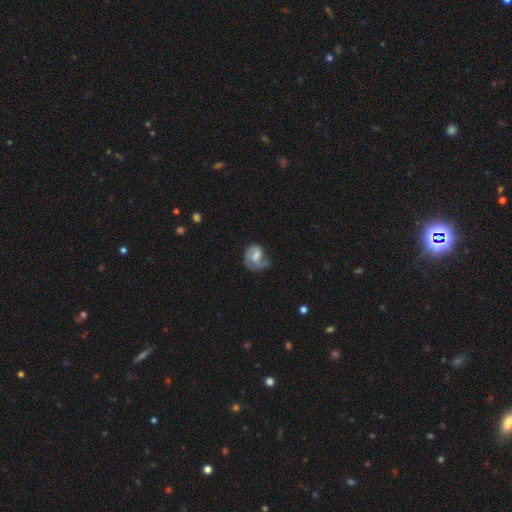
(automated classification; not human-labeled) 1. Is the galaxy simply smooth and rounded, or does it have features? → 64% featured or disk, 29% smooth, 7% star or artifact.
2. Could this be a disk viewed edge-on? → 98% no, 2% yes.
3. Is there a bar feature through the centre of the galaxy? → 48% weak, 38% no, 14% strong.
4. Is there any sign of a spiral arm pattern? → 85% yes, 15% no.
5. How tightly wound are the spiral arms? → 42% medium, 32% tight, 27% loose.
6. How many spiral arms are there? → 40% 2, 39% 1, 14% can't tell, 5% 3, 1% 4, 1% more than 4.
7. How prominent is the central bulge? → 45% moderate, 30% small, 14% none, 10% large, 1% dominant.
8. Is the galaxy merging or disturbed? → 42% none, 28% major disturbance, 27% minor disturbance, 3% merger.